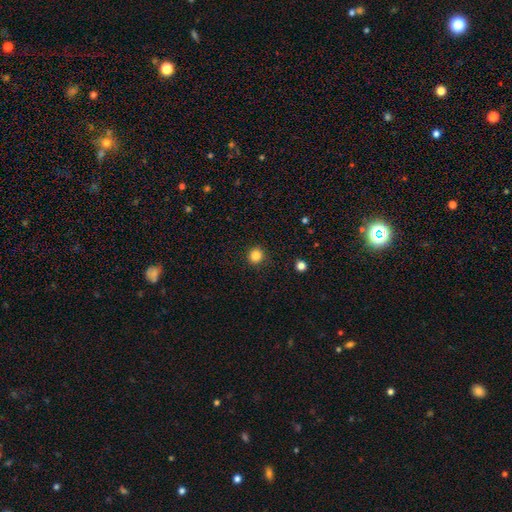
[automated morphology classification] Smooth or featured: smooth — 85% (star or artifact — 12%)
How rounded: round — 93% (in between — 6%)
Merging: none — 91% (minor disturbance — 6%)